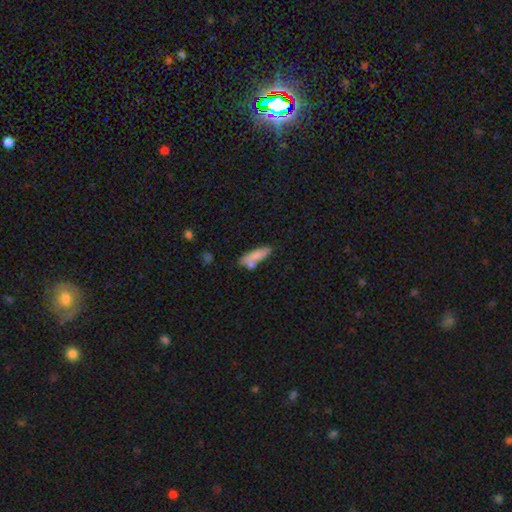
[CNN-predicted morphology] Smooth or featured? Predicted: smooth (p=0.77). How rounded? Predicted: cigar-shaped (p=0.52). Merging? Predicted: none (p=0.58).